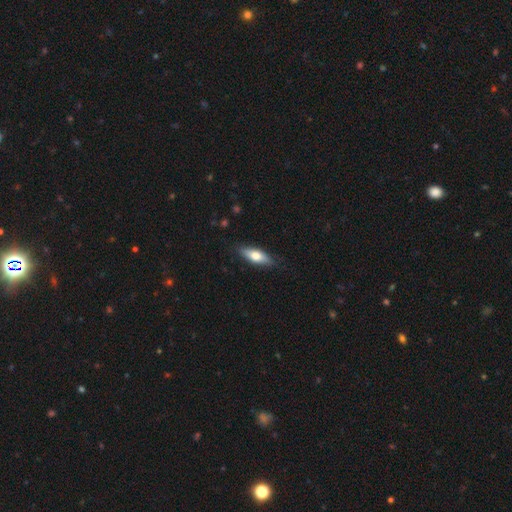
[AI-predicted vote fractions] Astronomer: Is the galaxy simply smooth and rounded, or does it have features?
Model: smooth — 65%.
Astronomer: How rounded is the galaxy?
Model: in between — 61% (runner-up: cigar-shaped, 37%).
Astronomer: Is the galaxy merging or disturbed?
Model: none — 85%.